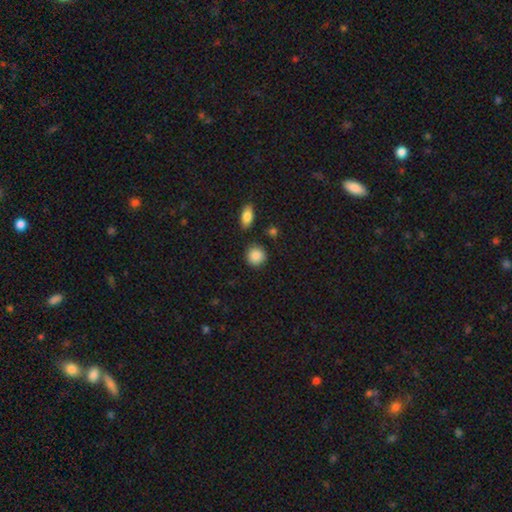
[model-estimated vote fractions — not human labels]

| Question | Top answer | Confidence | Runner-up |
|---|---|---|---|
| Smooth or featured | smooth | 89% | star or artifact (7%) |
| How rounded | round | 87% | in between (12%) |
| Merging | none | 84% | minor disturbance (10%) |